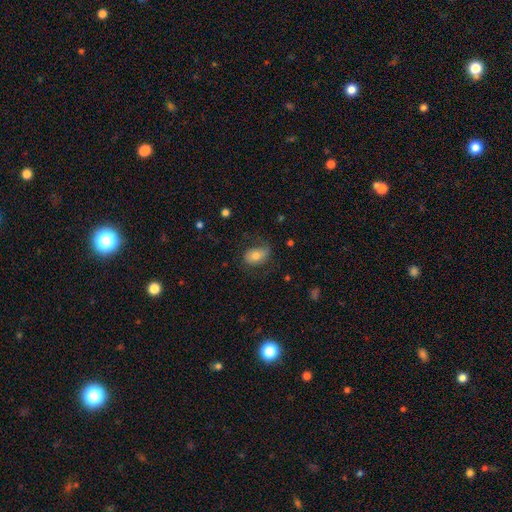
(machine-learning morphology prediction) Smooth or featured?
  - smooth: 61% *
  - featured or disk: 30%
  - star or artifact: 9%
How rounded?
  - in between: 79% *
  - round: 19%
  - cigar-shaped: 1%
Merging?
  - none: 63% *
  - minor disturbance: 22%
  - major disturbance: 14%
  - merger: 1%